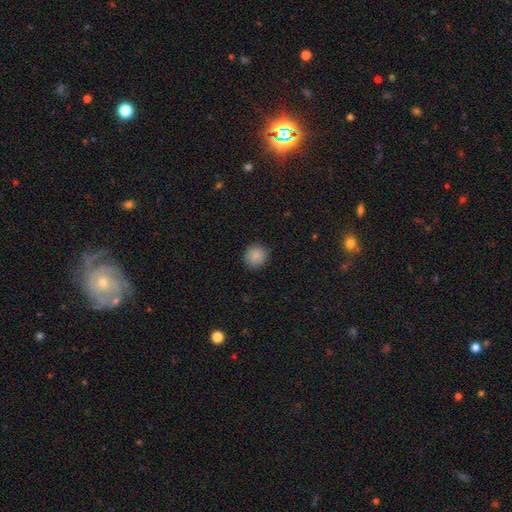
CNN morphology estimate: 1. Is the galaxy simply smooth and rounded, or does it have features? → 88% smooth, 9% star or artifact, 3% featured or disk.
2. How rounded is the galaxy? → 92% round, 7% in between, 1% cigar-shaped.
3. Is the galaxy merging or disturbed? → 90% none, 7% minor disturbance, 2% major disturbance, 1% merger.